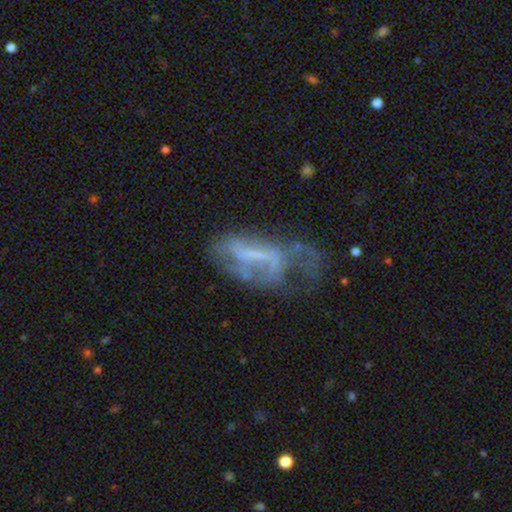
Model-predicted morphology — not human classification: Smooth or featured? featured or disk (64%)
Edge-on disk? no (93%)
Bar? no (41%)
Spiral arms? no (53%)
Bulge size? none (55%)
Merging? major disturbance (43%)